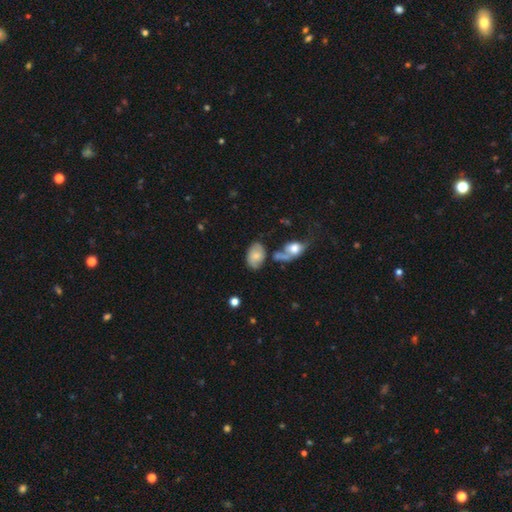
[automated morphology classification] Q: Smooth or featured?
A: smooth (55%); runner-up: featured or disk (36%)
Q: How rounded?
A: in between (84%); runner-up: round (14%)
Q: Merging?
A: none (51%); runner-up: minor disturbance (22%)